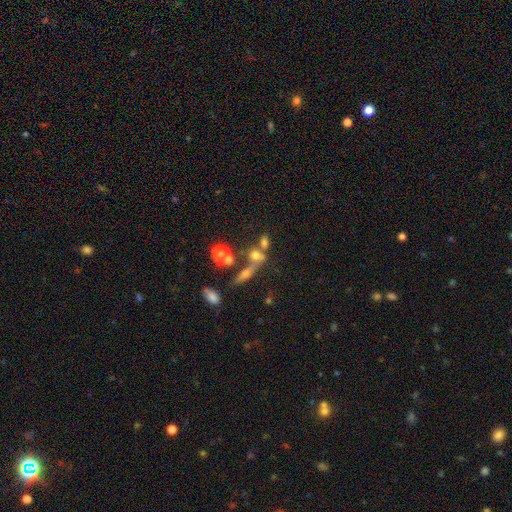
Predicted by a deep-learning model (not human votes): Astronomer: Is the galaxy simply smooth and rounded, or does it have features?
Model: smooth — 48% (runner-up: featured or disk, 32%).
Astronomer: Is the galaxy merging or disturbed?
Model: merger — 47% (runner-up: none, 35%).